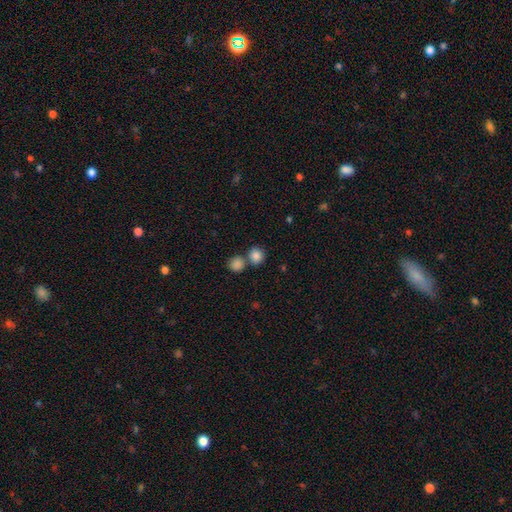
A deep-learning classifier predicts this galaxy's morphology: The model was most divided on "merging": none: 58%, merger: 32%, minor disturbance: 7%, major disturbance: 3%. More confident: smooth or featured — smooth (85%); how rounded — round (85%).